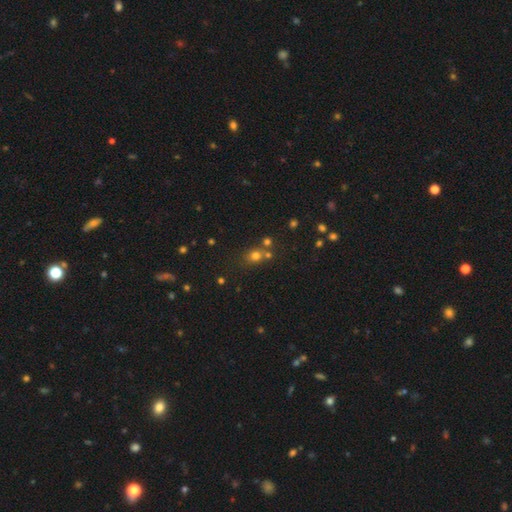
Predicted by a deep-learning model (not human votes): Morphology: type=smooth (70%); roundness=round (74%); merging=none (58%).